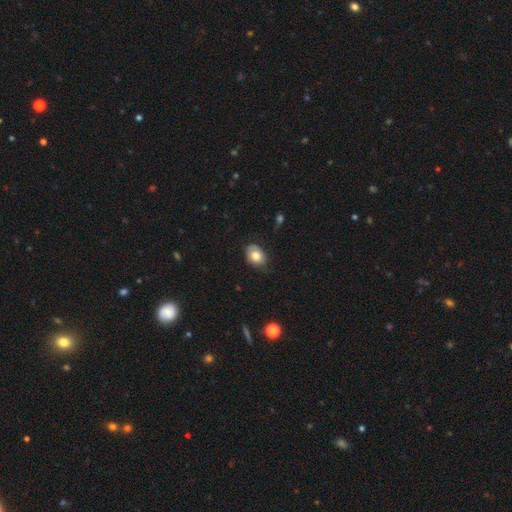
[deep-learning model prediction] Smooth or featured? Predicted: smooth (p=0.77). How rounded? Predicted: in between (p=0.69). Merging? Predicted: none (p=0.68).